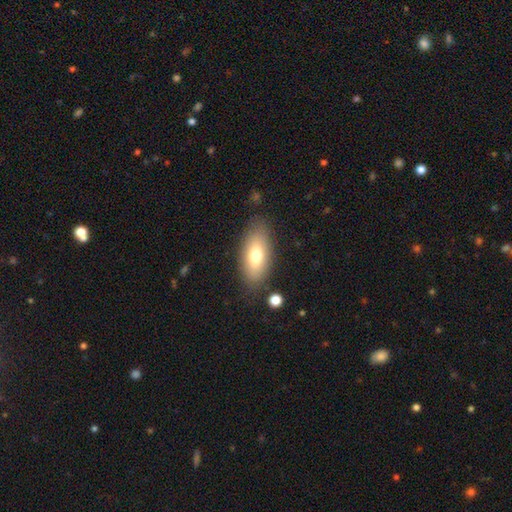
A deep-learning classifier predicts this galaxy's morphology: type=smooth (73%); roundness=in between (85%); merging=none (81%).